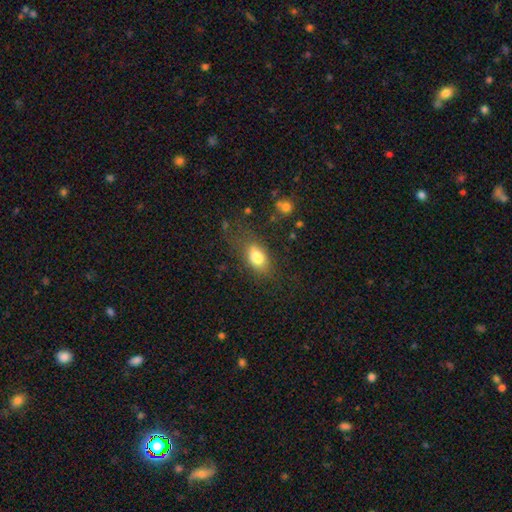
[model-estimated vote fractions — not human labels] smooth_or_featured: smooth (p=0.79) [alt: featured or disk p=0.13]
how_rounded: in between (p=0.85) [alt: round p=0.11]
merging: none (p=0.61) [alt: minor disturbance p=0.23]